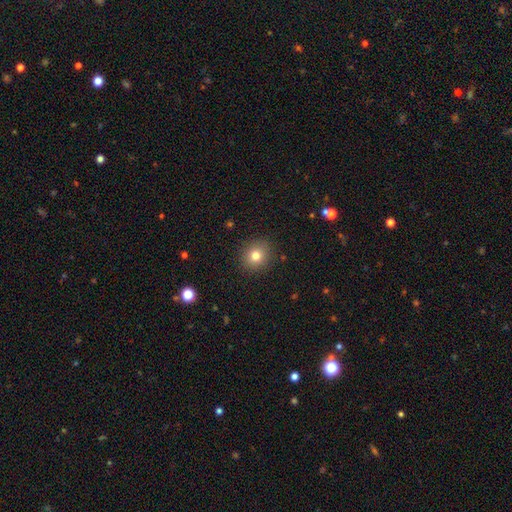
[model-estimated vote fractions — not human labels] Morphology: type=smooth (78%); roundness=round (83%); merging=none (89%).